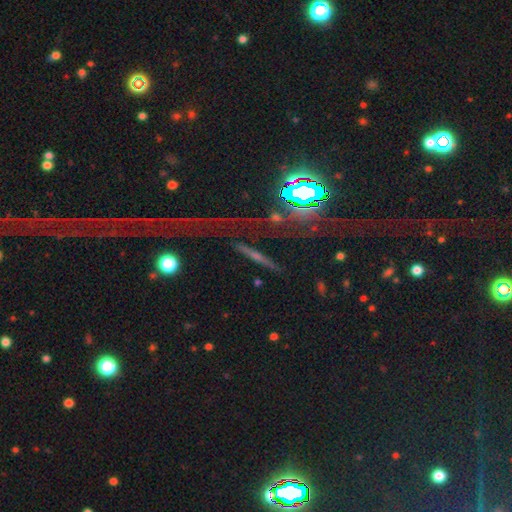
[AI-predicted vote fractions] The model was most divided on "smooth or featured": featured or disk: 44%, star or artifact: 34%, smooth: 22%. More confident: merging — none (77%).